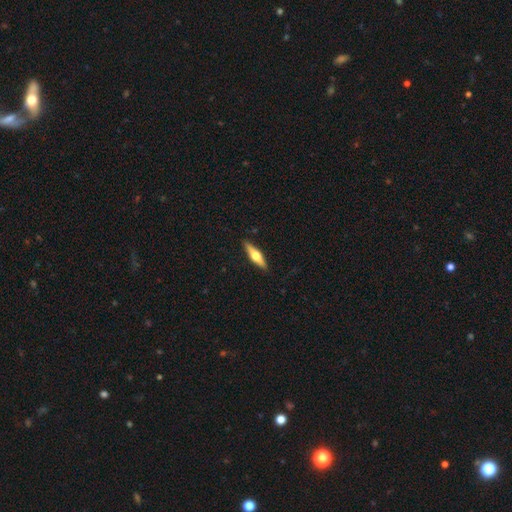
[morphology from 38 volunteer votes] smooth_or_featured: smooth (p=0.50) [alt: featured or disk p=0.45]
how_rounded: in between (p=0.53) [alt: cigar-shaped p=0.47]
merging: none (p=0.94) [alt: minor disturbance p=0.06]